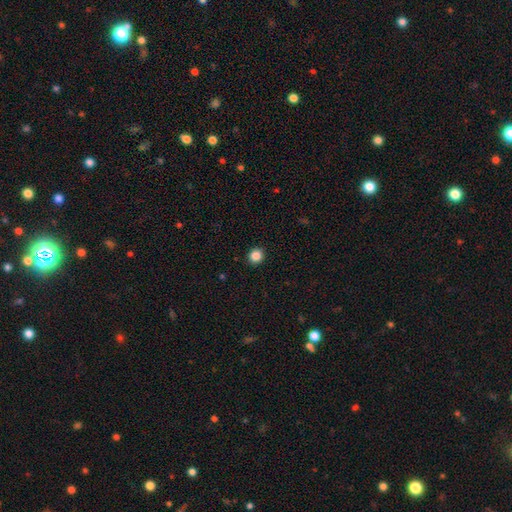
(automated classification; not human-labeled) This appears to be a smooth galaxy with no disk features (86%) that is round (90%). Merging: none (92%).